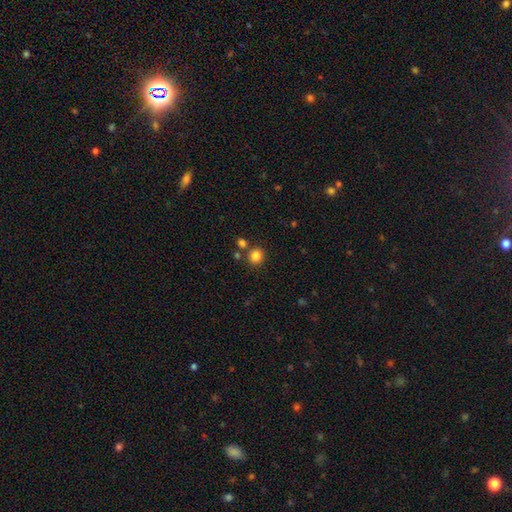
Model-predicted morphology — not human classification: This is clearly a smooth galaxy (84%). How rounded: clearly round (86%). Merging: likely none (79%).